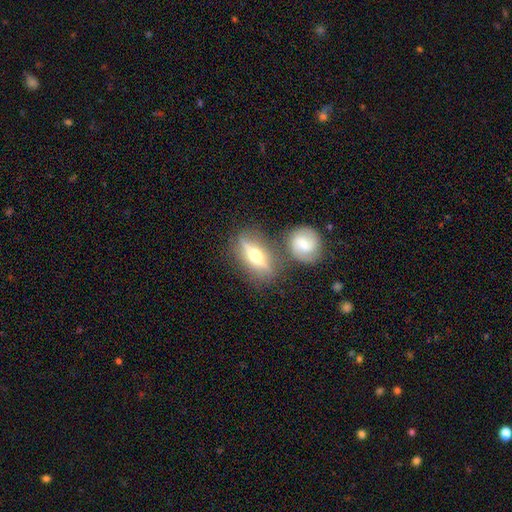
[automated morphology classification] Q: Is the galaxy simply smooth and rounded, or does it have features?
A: featured or disk — 67%.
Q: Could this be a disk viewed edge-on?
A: yes — 81%.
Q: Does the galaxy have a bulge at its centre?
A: rounded — 95%.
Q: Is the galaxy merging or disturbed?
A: none — 73%.